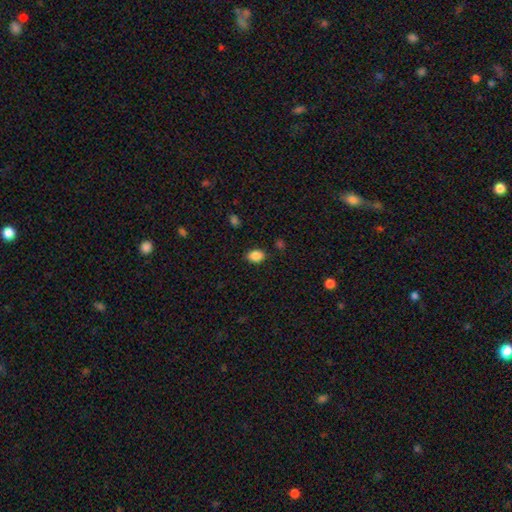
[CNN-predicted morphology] Smooth or featured? smooth (87%)
How rounded? in between (80%)
Merging? none (85%)